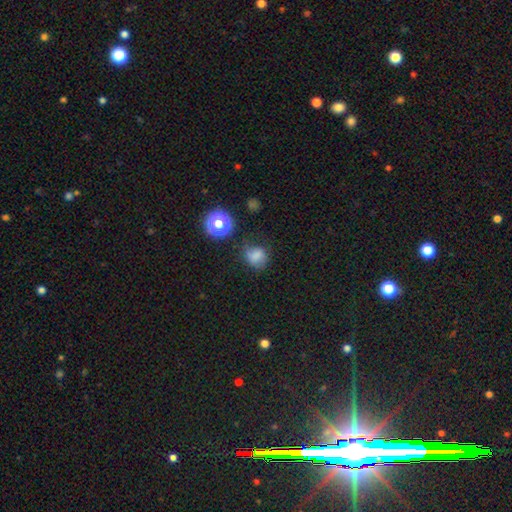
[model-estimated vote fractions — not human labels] This is likely a smooth galaxy (72%). How rounded: likely round (67%). Merging: possibly none (58%).